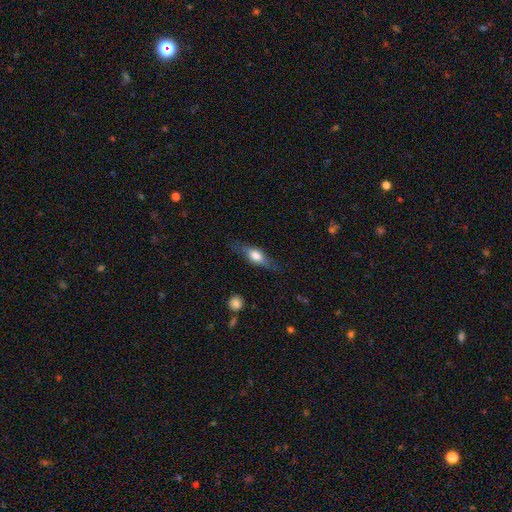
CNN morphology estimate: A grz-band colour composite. It shows a smooth galaxy with no disk features (54%) that is in between round and cigar-shaped (56%). Merging: none (74%).